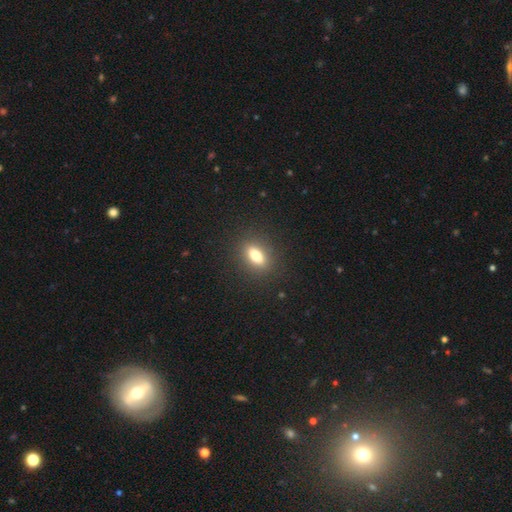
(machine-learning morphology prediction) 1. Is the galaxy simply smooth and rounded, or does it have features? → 76% smooth, 14% featured or disk, 10% star or artifact.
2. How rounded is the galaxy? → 76% in between, 12% round, 12% cigar-shaped.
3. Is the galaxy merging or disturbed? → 88% none, 8% minor disturbance, 3% major disturbance, 1% merger.